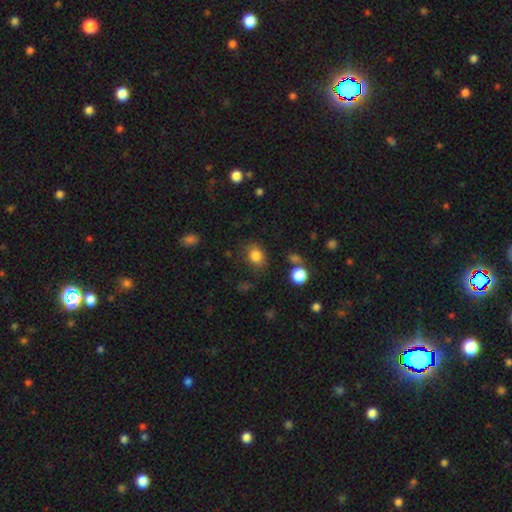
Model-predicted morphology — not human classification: smooth-or-featured: smooth: 83% | star or artifact: 11% | featured or disk: 6%
  how-rounded: in between: 50% | round: 49% | cigar-shaped: 1%
  merging: none: 75% | minor disturbance: 16% | major disturbance: 5% | merger: 4%